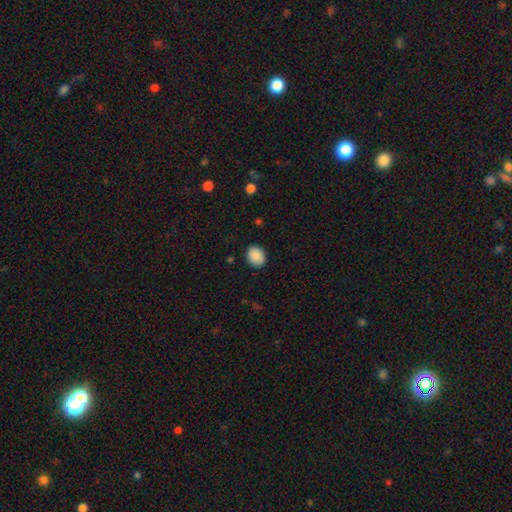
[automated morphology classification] Smooth or featured? Predicted: smooth (p=0.88). How rounded? Predicted: round (p=0.53). Merging? Predicted: none (p=0.86).